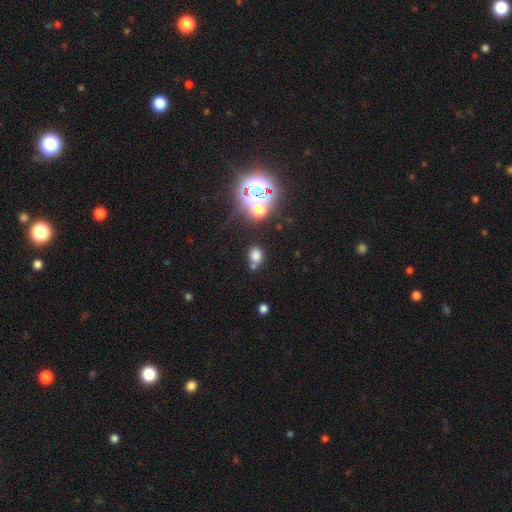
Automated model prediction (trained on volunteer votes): A smooth galaxy with no disk features (69%) that is round (50%).

Vote fractions:
- Smooth or featured? smooth: 69% / star or artifact: 22% / featured or disk: 9%
- How rounded? round: 50% / in between: 49% / cigar-shaped: 1%
- Merging? none: 56% / merger: 21% / minor disturbance: 16% / major disturbance: 7%